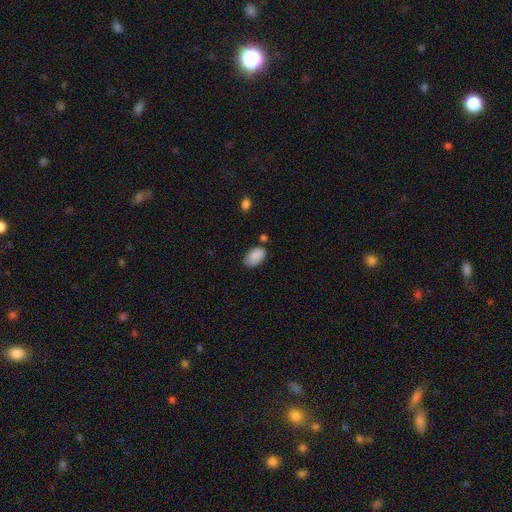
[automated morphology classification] smooth 88%, star or artifact 7%, featured or disk 5%. Down the decision tree: how rounded — in between (92%); merging — none (67%).